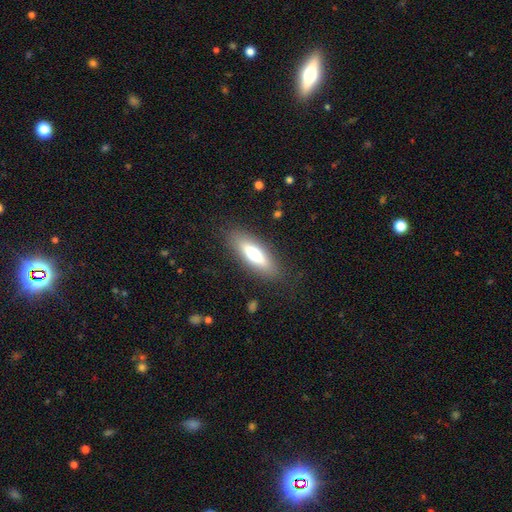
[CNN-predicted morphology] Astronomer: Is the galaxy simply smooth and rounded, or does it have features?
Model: smooth — 62%.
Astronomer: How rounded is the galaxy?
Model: cigar-shaped — 52% (runner-up: in between, 46%).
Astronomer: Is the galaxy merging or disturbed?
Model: none — 85%.